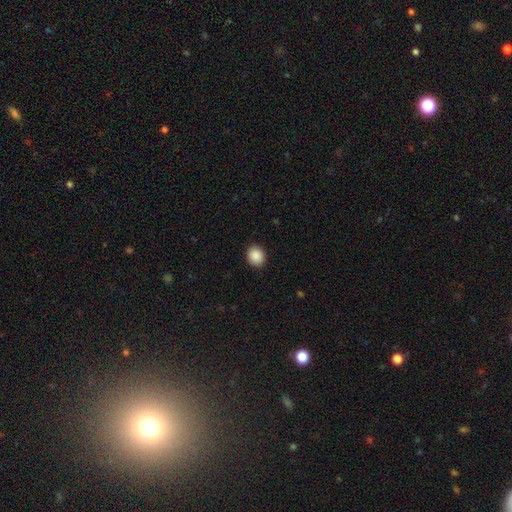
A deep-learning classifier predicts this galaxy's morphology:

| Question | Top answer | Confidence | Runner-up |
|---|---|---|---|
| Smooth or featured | smooth | 89% | star or artifact (8%) |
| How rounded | round | 71% | in between (28%) |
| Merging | none | 91% | minor disturbance (6%) |